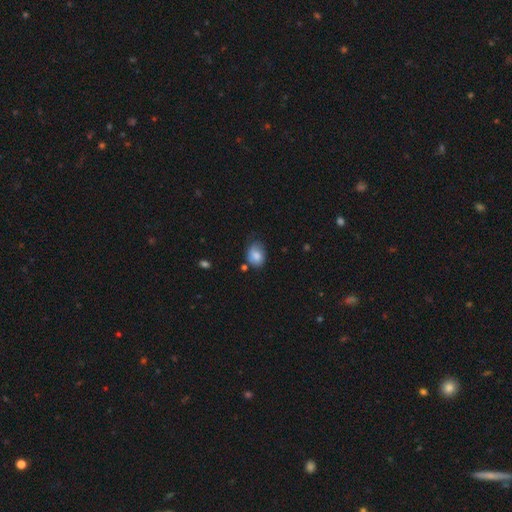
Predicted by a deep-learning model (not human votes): Overall: smooth (79%). How rounded: in between (62%; round 37%). Merging: none (54%; minor disturbance 34%).